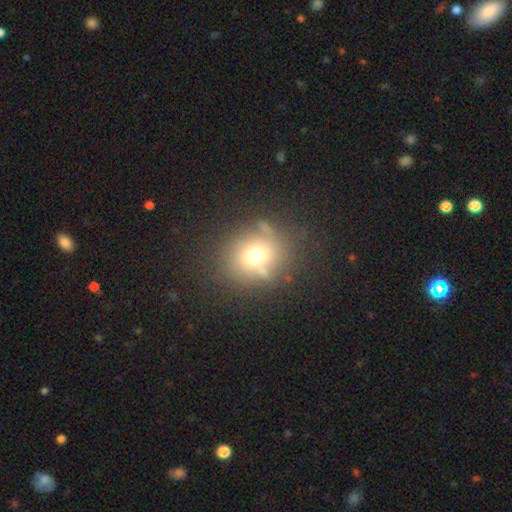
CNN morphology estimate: Smooth or featured? Predicted: smooth (p=0.64). How rounded? Predicted: round (p=0.82). Merging? Predicted: none (p=0.72).